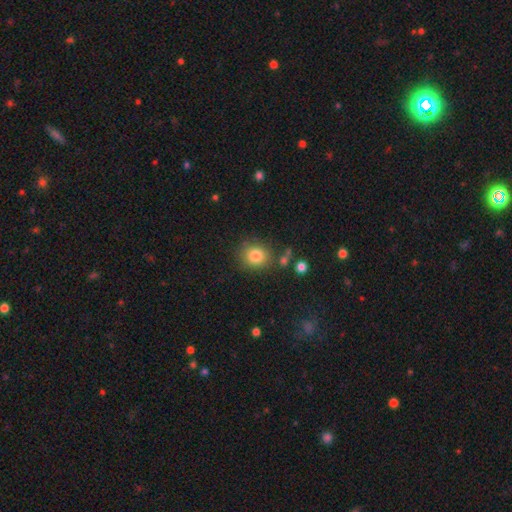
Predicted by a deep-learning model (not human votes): smooth-or-featured: smooth: 82% | star or artifact: 11% | featured or disk: 7%
  how-rounded: round: 81% | in between: 18% | cigar-shaped: 1%
  merging: none: 80% | minor disturbance: 11% | merger: 5% | major disturbance: 4%